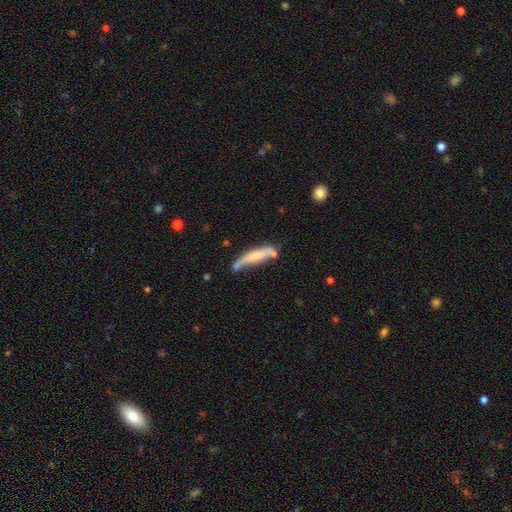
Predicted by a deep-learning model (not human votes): This is possibly a smooth galaxy (58%). How rounded: clearly cigar-shaped (86%). Merging: possibly none (46%).